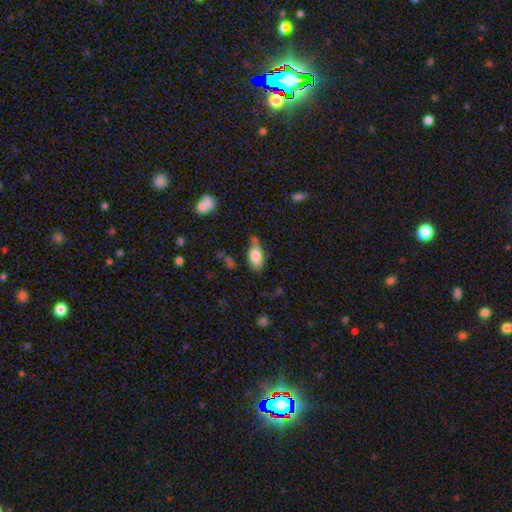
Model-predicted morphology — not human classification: Smooth or featured: smooth — 81% (featured or disk — 11%)
How rounded: in between — 90% (cigar-shaped — 6%)
Merging: none — 60% (minor disturbance — 25%)